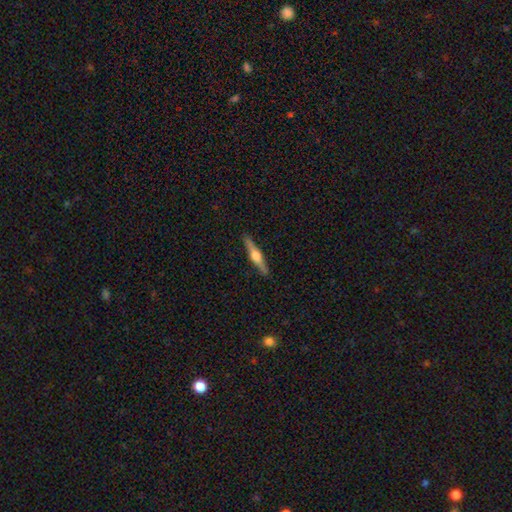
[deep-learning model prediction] Smooth or featured?
  - featured or disk: 71% *
  - smooth: 24%
  - star or artifact: 5%
Edge-on disk?
  - yes: 98% *
  - no: 2%
Edge-on bulge?
  - rounded: 94% *
  - boxy: 4%
  - none: 2%
Merging?
  - none: 91% *
  - minor disturbance: 6%
  - major disturbance: 1%
  - merger: 1%